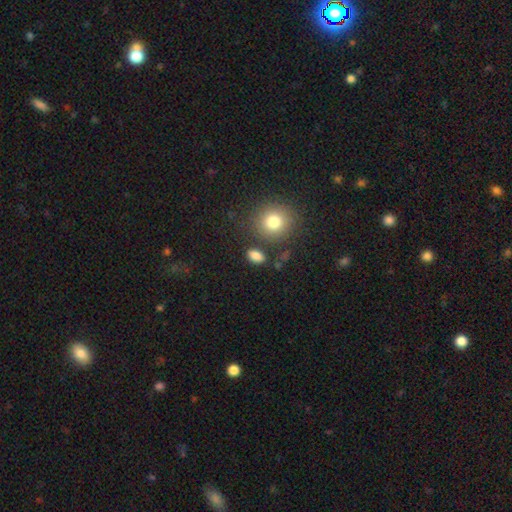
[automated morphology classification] Smooth or featured? smooth (83%)
How rounded? in between (79%)
Merging? none (78%)